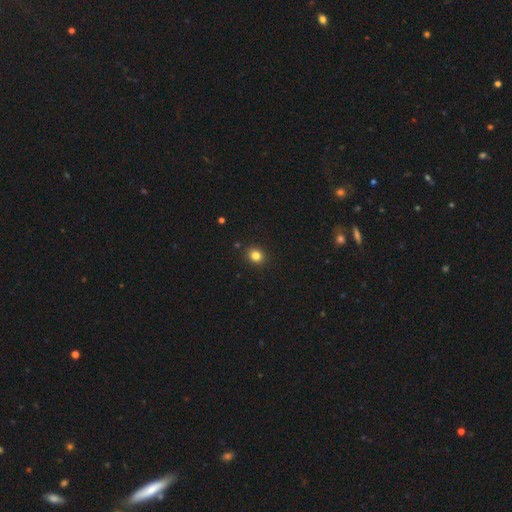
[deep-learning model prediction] Smooth or featured?
  - smooth: 82% *
  - star or artifact: 13%
  - featured or disk: 5%
How rounded?
  - round: 75% *
  - in between: 24%
  - cigar-shaped: 1%
Merging?
  - none: 91% *
  - minor disturbance: 6%
  - major disturbance: 2%
  - merger: 1%